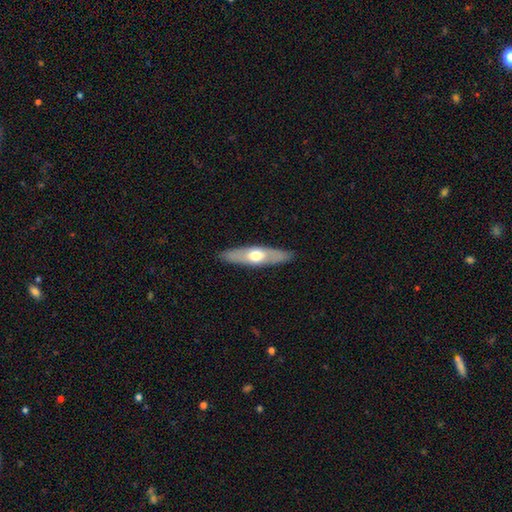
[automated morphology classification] This is possibly a featured or disk galaxy (49%). Merging: clearly none (88%).